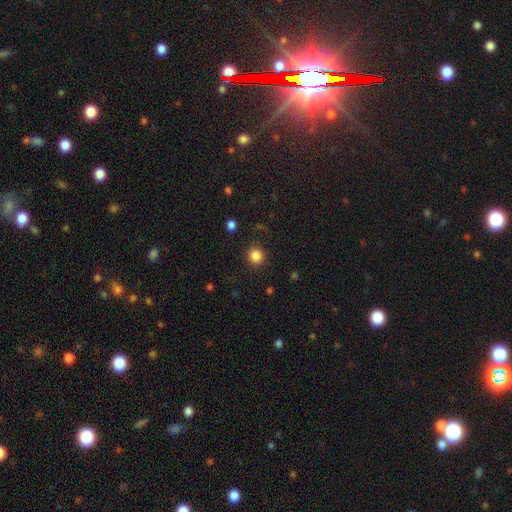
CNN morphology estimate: A smooth galaxy with no disk features (85%) that is round (90%). Merging: none (89%).